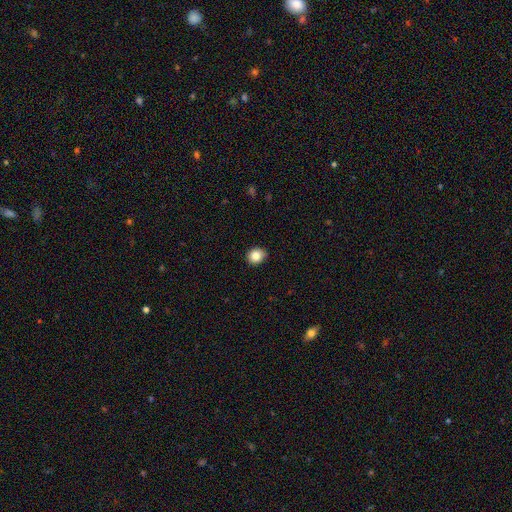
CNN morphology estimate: Overall: smooth (84%). How rounded: round (73%). Merging: none (86%).